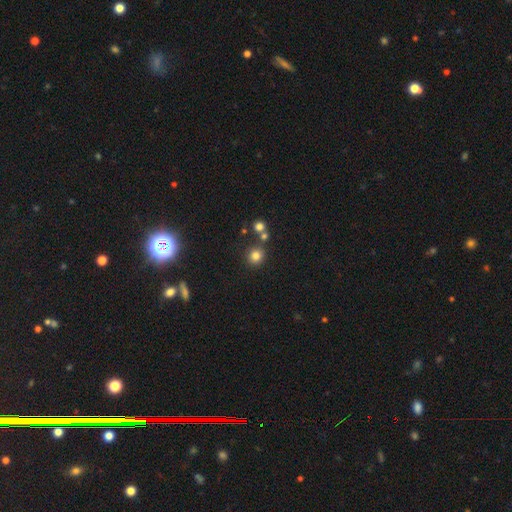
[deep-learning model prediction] The model was most divided on "merging": none: 77%, merger: 12%, minor disturbance: 8%, major disturbance: 3%. More confident: how rounded — round (89%); smooth or featured — smooth (79%).